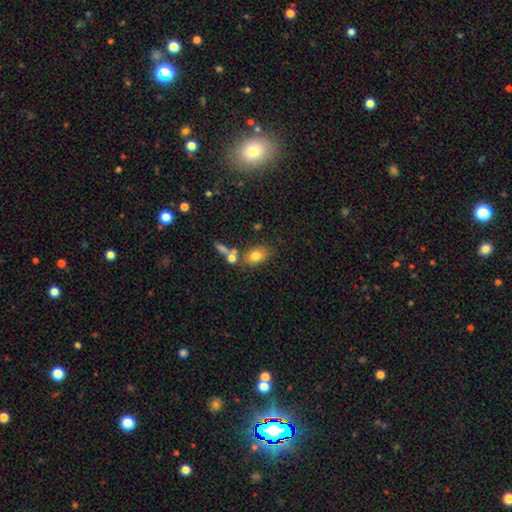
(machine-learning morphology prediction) Smooth or featured: smooth — 77% (featured or disk — 13%)
How rounded: in between — 78% (round — 18%)
Merging: none — 62% (merger — 19%)